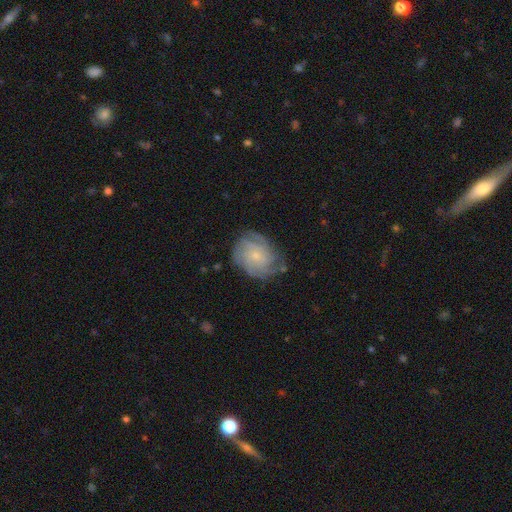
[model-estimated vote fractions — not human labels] Overall: featured or disk (75%). Edge-on disk: no (98%). Bar: no (76%). Spiral arms: yes (93%). Spiral arm count: can't tell (34%; 4 24%). Spiral winding: tight (61%; medium 30%). Bulge size: small (75%). Merging: none (69%).